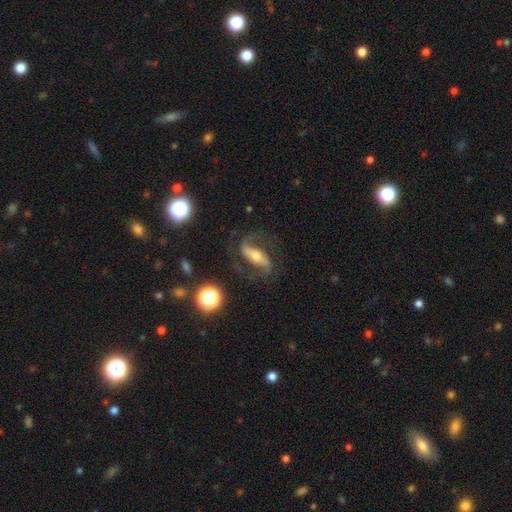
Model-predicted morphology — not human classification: Smooth or featured? Predicted: featured or disk (p=0.82). Edge-on disk? Predicted: no (p=0.89). Bar? Predicted: strong (p=0.59). Spiral arms? Predicted: yes (p=0.94). Spiral winding? Predicted: loose (p=0.45). Spiral arm count? Predicted: 2 (p=0.91). Bulge size? Predicted: moderate (p=0.56). Merging? Predicted: none (p=0.75).